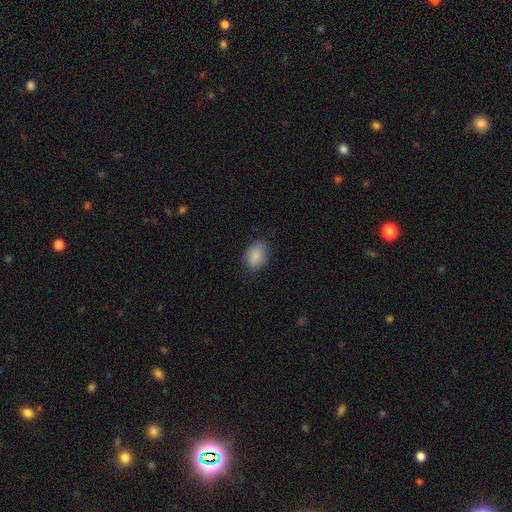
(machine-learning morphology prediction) A smooth galaxy with no disk features (88%) that is in between round and cigar-shaped (79%). Merging: none (82%).